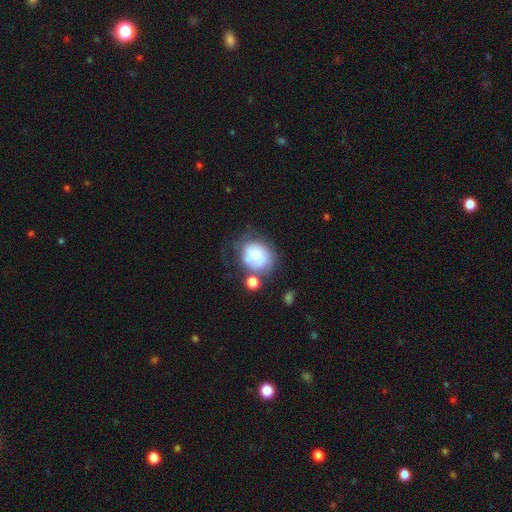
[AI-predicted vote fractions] Morphology: type=smooth (64%); roundness=round (67%); merging=none (41%).